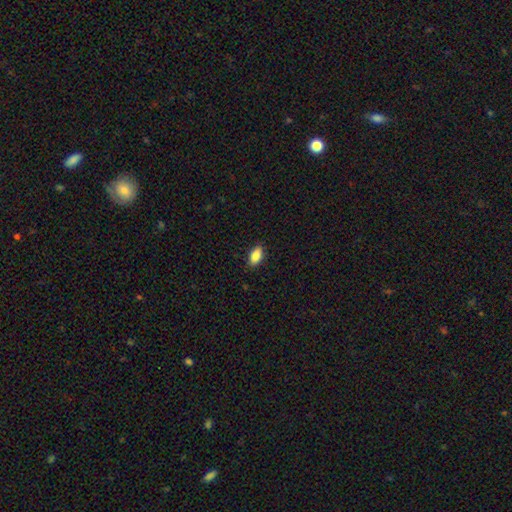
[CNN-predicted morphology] smooth-or-featured: smooth: 88% | star or artifact: 7% | featured or disk: 5%
  how-rounded: in between: 91% | cigar-shaped: 5% | round: 4%
  merging: none: 87% | minor disturbance: 10% | major disturbance: 2% | merger: 1%